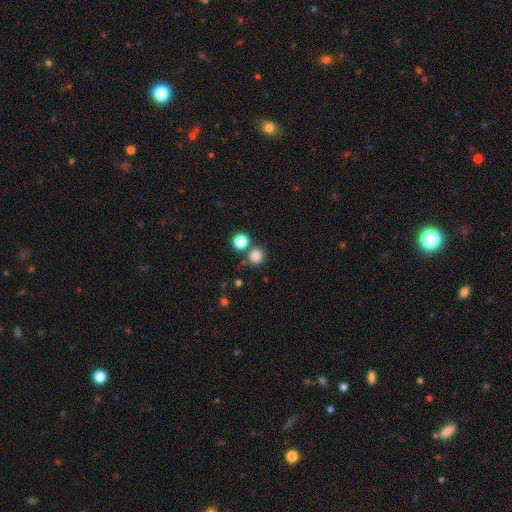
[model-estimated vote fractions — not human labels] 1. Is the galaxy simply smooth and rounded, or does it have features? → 82% smooth, 13% star or artifact, 5% featured or disk.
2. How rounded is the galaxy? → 91% round, 8% in between, 1% cigar-shaped.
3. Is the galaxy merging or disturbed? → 71% none, 17% merger, 8% minor disturbance, 3% major disturbance.